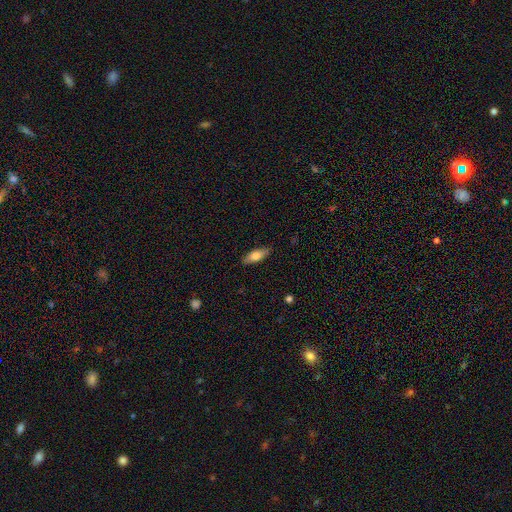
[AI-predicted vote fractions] Morphology: type=smooth (72%); roundness=in between (69%); merging=none (86%).